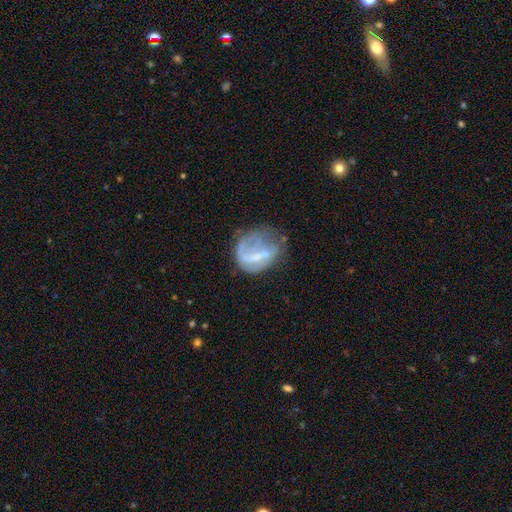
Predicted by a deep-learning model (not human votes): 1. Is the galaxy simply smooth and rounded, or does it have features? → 60% featured or disk, 31% smooth, 9% star or artifact.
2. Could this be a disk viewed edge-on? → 97% no, 3% yes.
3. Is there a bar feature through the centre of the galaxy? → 40% weak, 31% no, 29% strong.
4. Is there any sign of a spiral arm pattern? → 52% no, 48% yes.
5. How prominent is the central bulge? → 45% small, 35% none, 17% moderate, 2% large, 1% dominant.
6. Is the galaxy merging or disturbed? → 38% major disturbance, 32% none, 26% minor disturbance, 5% merger.